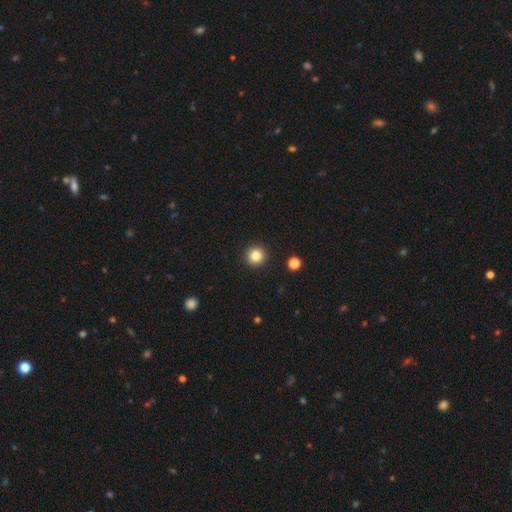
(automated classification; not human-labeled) The model was most divided on "smooth or featured": smooth: 83%, star or artifact: 11%, featured or disk: 6%. More confident: how rounded — round (95%); merging — none (93%).